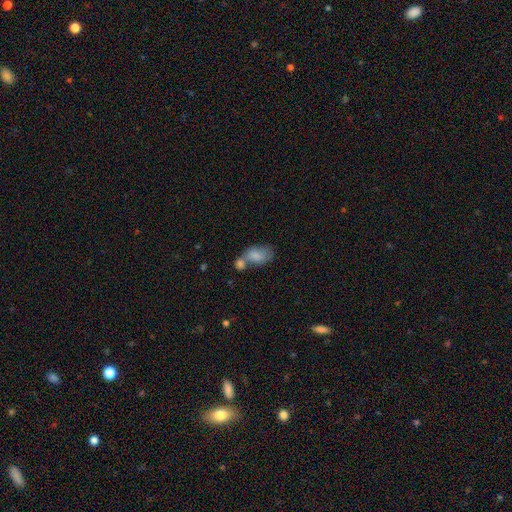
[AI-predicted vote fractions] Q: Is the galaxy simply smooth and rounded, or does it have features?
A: smooth — 76%.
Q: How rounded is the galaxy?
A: in between — 88%.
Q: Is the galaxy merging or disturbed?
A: merger — 59%.